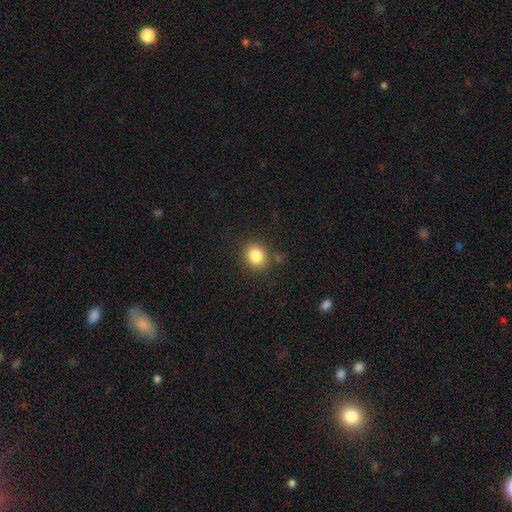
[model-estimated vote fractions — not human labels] Smooth or featured: smooth — 83% (star or artifact — 11%)
How rounded: round — 68% (in between — 31%)
Merging: none — 83% (minor disturbance — 10%)